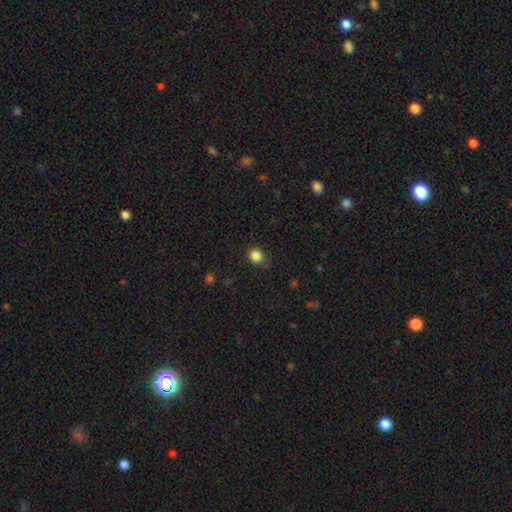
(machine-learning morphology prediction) smooth-or-featured: smooth: 85% | star or artifact: 12% | featured or disk: 4%
  how-rounded: round: 84% | in between: 16% | cigar-shaped: 1%
  merging: none: 81% | minor disturbance: 14% | major disturbance: 4% | merger: 1%